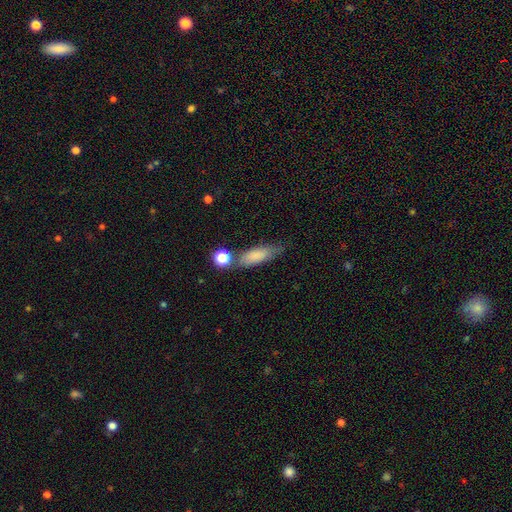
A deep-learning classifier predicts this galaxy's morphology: Smooth or featured?
  - smooth: 79% *
  - featured or disk: 13%
  - star or artifact: 8%
How rounded?
  - in between: 54% *
  - cigar-shaped: 43%
  - round: 4%
Merging?
  - none: 61% *
  - minor disturbance: 19%
  - merger: 13%
  - major disturbance: 7%